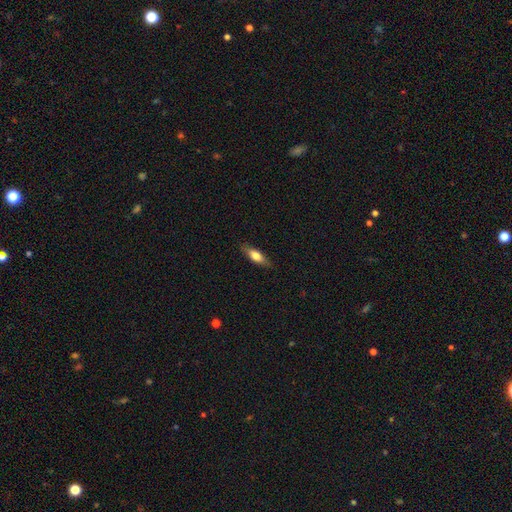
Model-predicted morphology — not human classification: Q: Smooth or featured?
A: smooth (64%); runner-up: featured or disk (30%)
Q: How rounded?
A: in between (52%); runner-up: cigar-shaped (46%)
Q: Merging?
A: none (85%); runner-up: minor disturbance (12%)